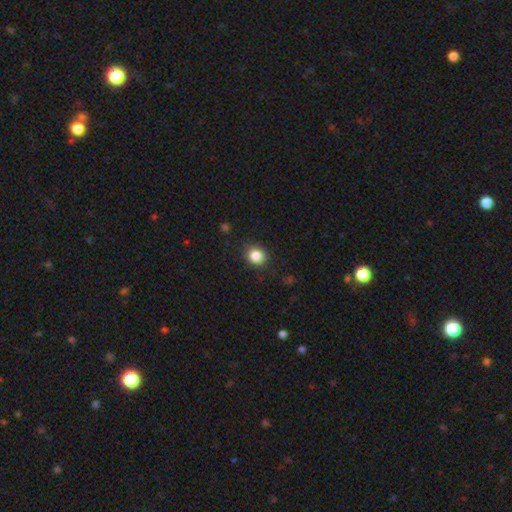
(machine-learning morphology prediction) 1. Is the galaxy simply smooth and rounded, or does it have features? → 85% smooth, 11% star or artifact, 5% featured or disk.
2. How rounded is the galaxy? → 77% round, 22% in between, 1% cigar-shaped.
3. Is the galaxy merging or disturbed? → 87% none, 10% minor disturbance, 3% major disturbance, 1% merger.